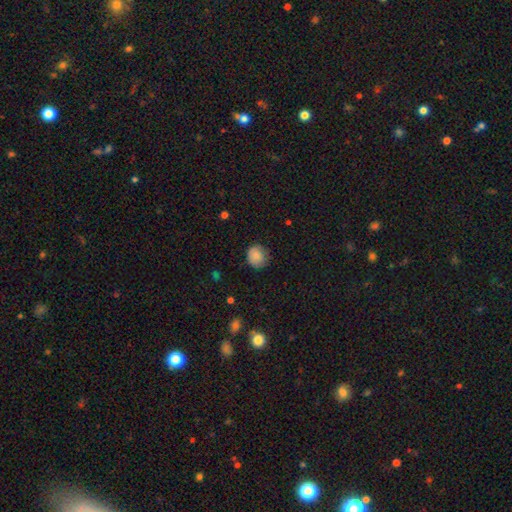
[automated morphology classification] type=smooth (81%); roundness=round (83%); merging=none (75%).